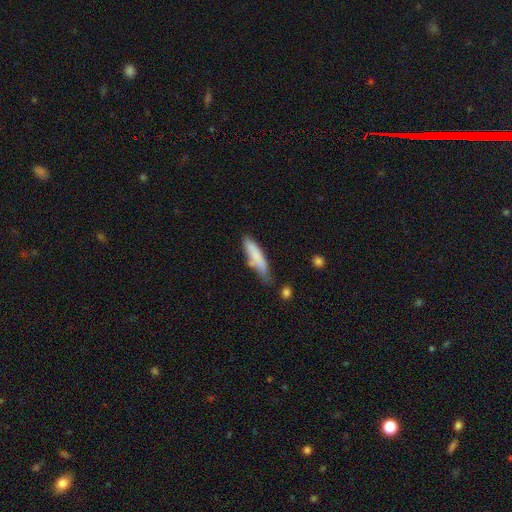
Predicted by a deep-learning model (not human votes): A smooth galaxy with no disk features (77%) that is cigar-shaped (73%).

Vote fractions:
- Smooth or featured? smooth: 77% / featured or disk: 17% / star or artifact: 6%
- How rounded? cigar-shaped: 73% / in between: 26% / round: 2%
- Merging? none: 54% / minor disturbance: 30% / merger: 8% / major disturbance: 8%